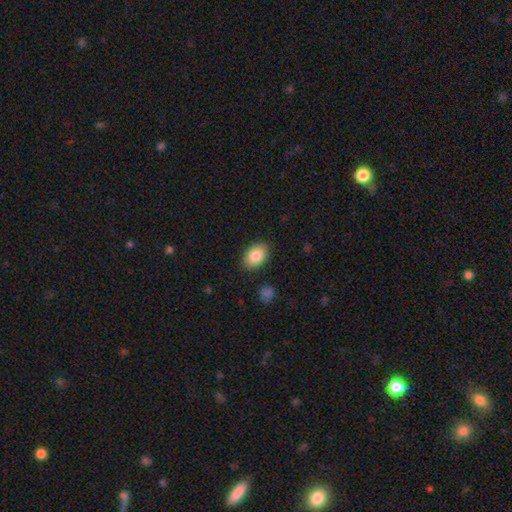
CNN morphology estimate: A smooth galaxy with no disk features (85%) that is in between round and cigar-shaped (85%).

Vote fractions:
- Smooth or featured? smooth: 85% / featured or disk: 8% / star or artifact: 7%
- How rounded? in between: 85% / round: 14% / cigar-shaped: 1%
- Merging? none: 87% / minor disturbance: 9% / major disturbance: 2% / merger: 1%